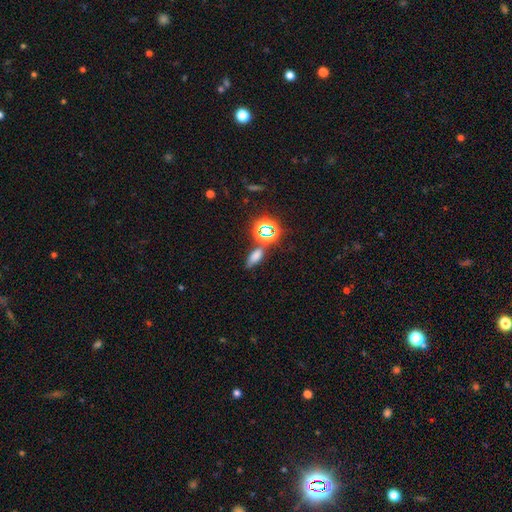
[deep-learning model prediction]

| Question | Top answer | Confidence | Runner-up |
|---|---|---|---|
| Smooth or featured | smooth | 65% | star or artifact (25%) |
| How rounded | in between | 66% | cigar-shaped (22%) |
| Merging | none | 69% | minor disturbance (15%) |